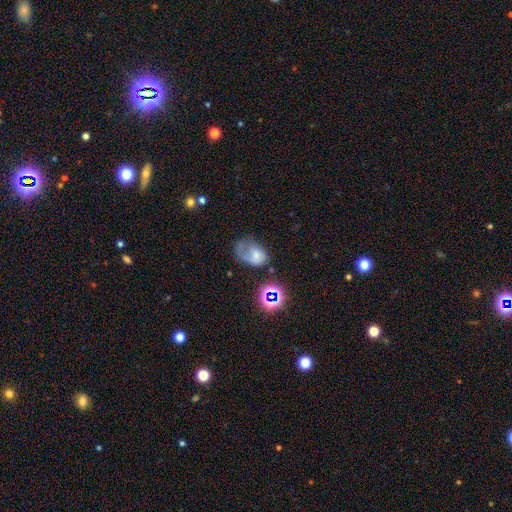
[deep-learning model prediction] smooth 45%, featured or disk 39%, star or artifact 16%. Down the decision tree: merging — major disturbance (44%).